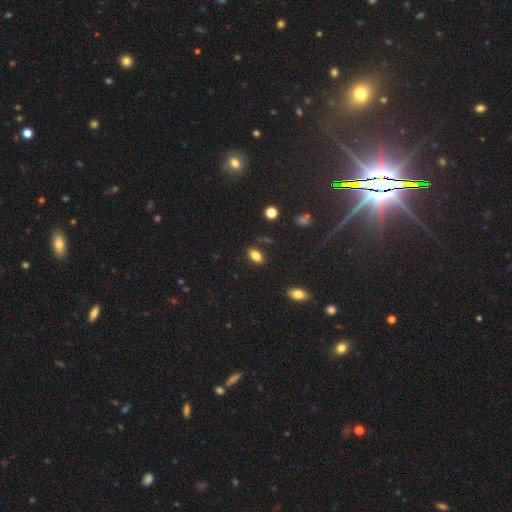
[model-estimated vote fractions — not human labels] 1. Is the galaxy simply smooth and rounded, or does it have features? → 82% smooth, 9% star or artifact, 8% featured or disk.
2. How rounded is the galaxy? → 88% in between, 8% round, 4% cigar-shaped.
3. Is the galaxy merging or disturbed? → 85% none, 10% minor disturbance, 3% merger, 2% major disturbance.